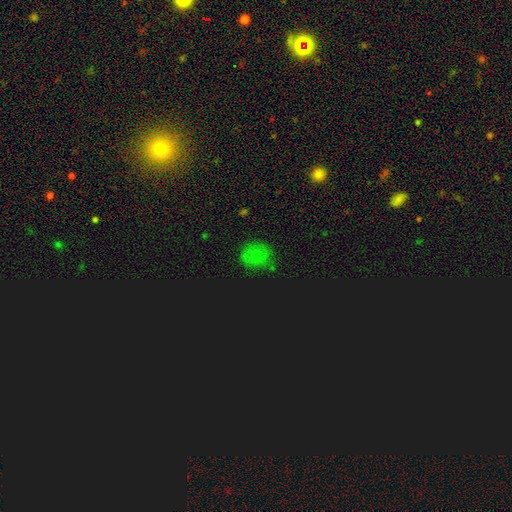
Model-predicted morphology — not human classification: This is marginally a star or artifact rather than a galaxy (44%).